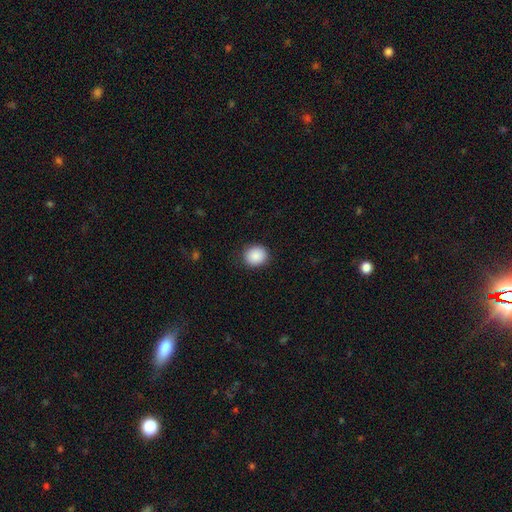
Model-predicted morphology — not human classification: smooth-or-featured: smooth: 89% | star or artifact: 8% | featured or disk: 3%
  how-rounded: round: 79% | in between: 20% | cigar-shaped: 1%
  merging: none: 88% | minor disturbance: 8% | major disturbance: 3% | merger: 1%